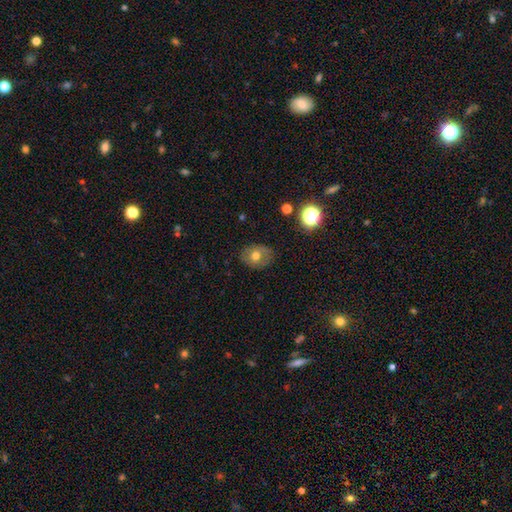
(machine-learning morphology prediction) The model was most divided on "how rounded": in between: 51%, round: 48%, cigar-shaped: 1%. More confident: merging — none (79%); smooth or featured — smooth (64%).